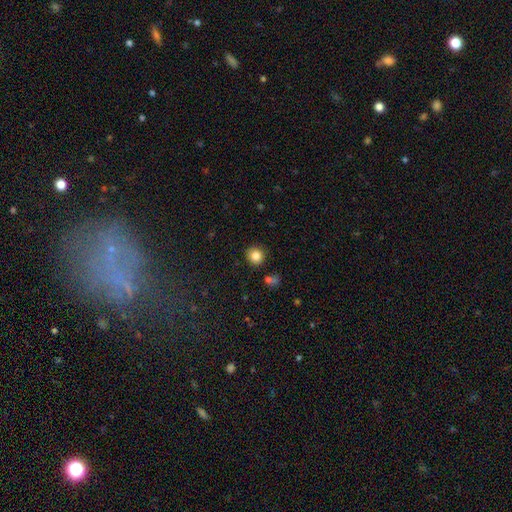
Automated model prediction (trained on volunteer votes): A smooth galaxy with no disk features (83%) that is round (91%).

Vote fractions:
- Smooth or featured? smooth: 83% / star or artifact: 11% / featured or disk: 6%
- How rounded? round: 91% / in between: 8% / cigar-shaped: 1%
- Merging? none: 88% / minor disturbance: 7% / merger: 3% / major disturbance: 2%